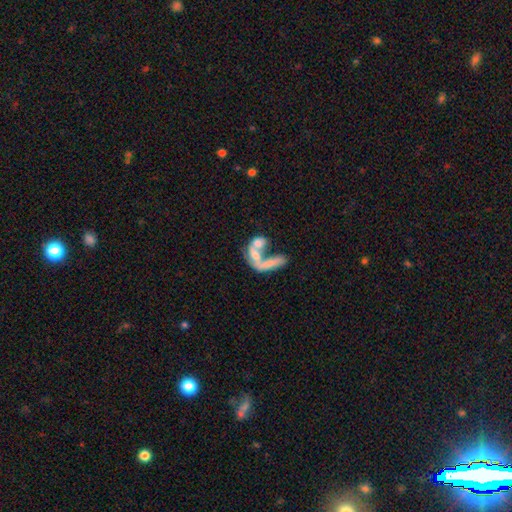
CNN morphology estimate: type=smooth (49%); merging=merger (67%).